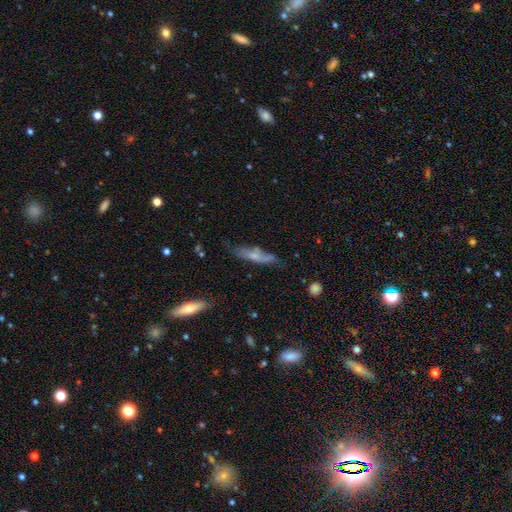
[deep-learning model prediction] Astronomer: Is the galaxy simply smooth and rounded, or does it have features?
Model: smooth — 52% (runner-up: featured or disk, 41%).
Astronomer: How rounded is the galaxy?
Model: cigar-shaped — 75%.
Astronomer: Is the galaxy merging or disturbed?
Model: none — 60%.